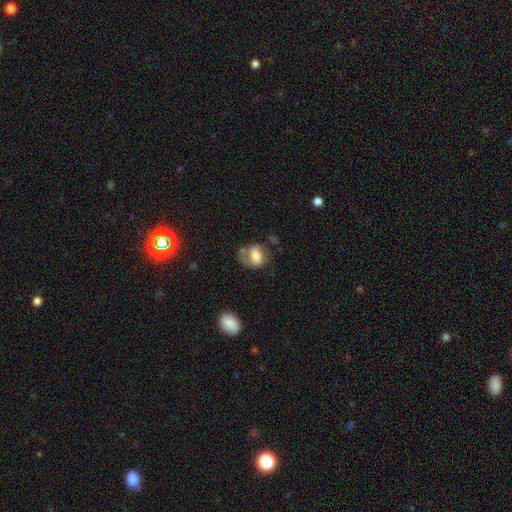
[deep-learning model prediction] Smooth or featured? smooth (60%)
How rounded? in between (60%)
Merging? none (39%)